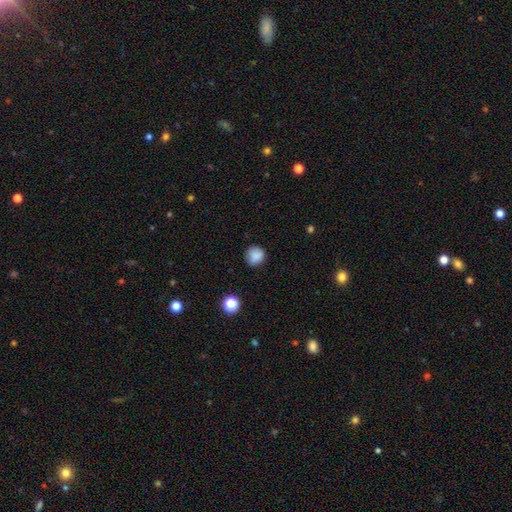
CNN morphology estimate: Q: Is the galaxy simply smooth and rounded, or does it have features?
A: smooth — 84%.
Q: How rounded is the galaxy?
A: round — 88%.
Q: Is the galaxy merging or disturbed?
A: none — 79%.